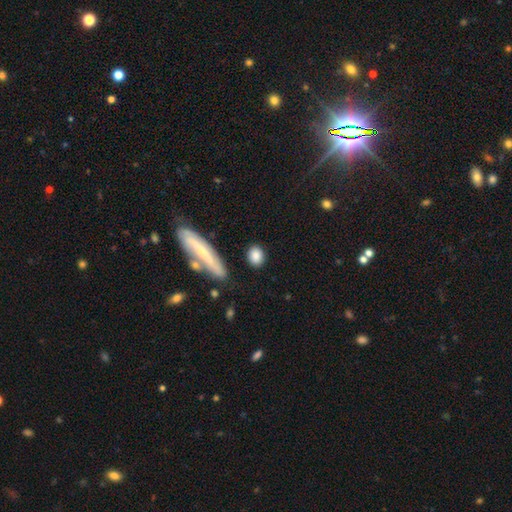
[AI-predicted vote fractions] Smooth or featured?
  - smooth: 84% *
  - featured or disk: 9%
  - star or artifact: 7%
How rounded?
  - in between: 49% *
  - round: 44%
  - cigar-shaped: 8%
Merging?
  - none: 84% *
  - minor disturbance: 10%
  - merger: 3%
  - major disturbance: 3%